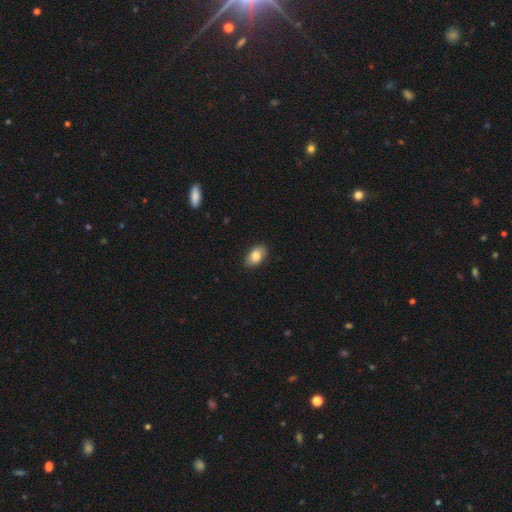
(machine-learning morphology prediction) Smooth or featured? smooth (84%)
How rounded? in between (90%)
Merging? none (87%)